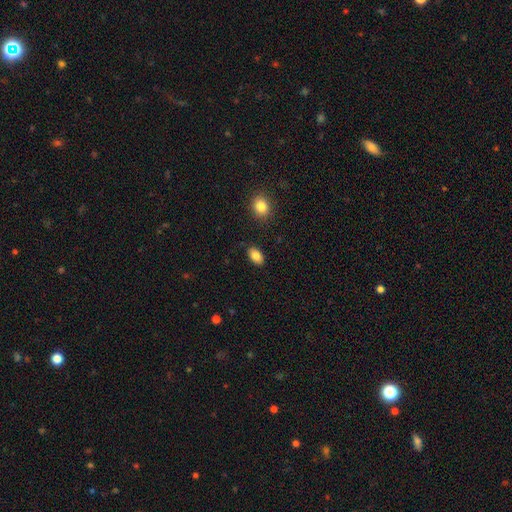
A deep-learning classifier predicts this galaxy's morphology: A smooth galaxy with no disk features (85%) that is in between round and cigar-shaped (91%).

Vote fractions:
- Smooth or featured? smooth: 85% / star or artifact: 8% / featured or disk: 6%
- How rounded? in between: 91% / round: 7% / cigar-shaped: 2%
- Merging? none: 87% / minor disturbance: 9% / major disturbance: 2% / merger: 2%